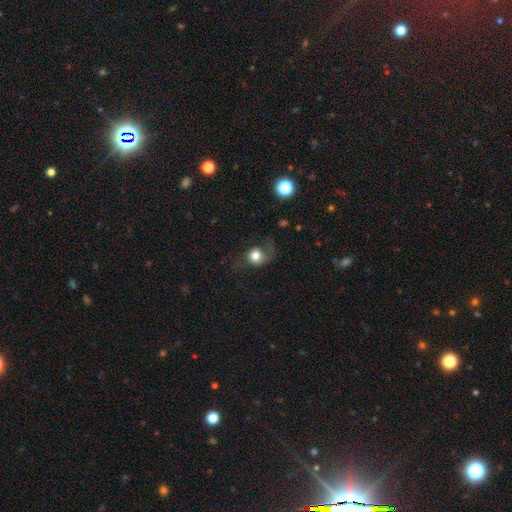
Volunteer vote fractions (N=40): Volunteers were most divided on "merging": none: 50%, minor disturbance: 28%, major disturbance: 22%, merger: 0%. More confident: how rounded — round (92%); smooth or featured — smooth (62%).